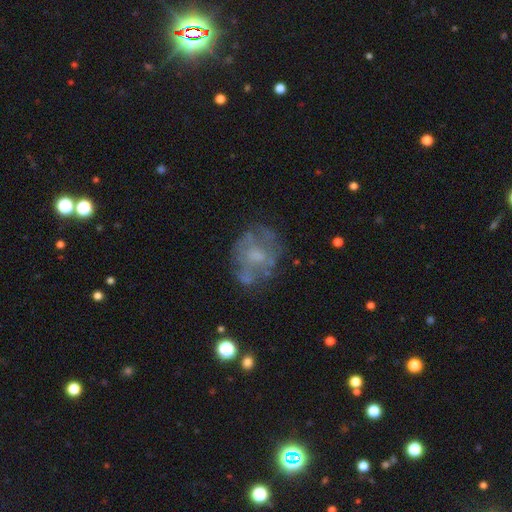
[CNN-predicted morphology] Smooth or featured: featured or disk — 57% (smooth — 31%)
Edge-on disk: no — 97% (yes — 3%)
Bar: no — 79% (weak — 18%)
Spiral arms: no — 75% (yes — 25%)
Bulge size: moderate — 38% (small — 33%)
Merging: none — 57% (minor disturbance — 21%)